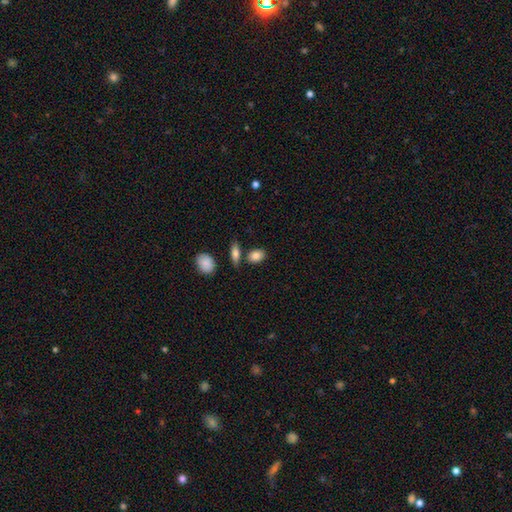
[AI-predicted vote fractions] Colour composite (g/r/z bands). It shows a smooth galaxy with no disk features (85%) that is in between round and cigar-shaped (81%). Merging: none (74%).